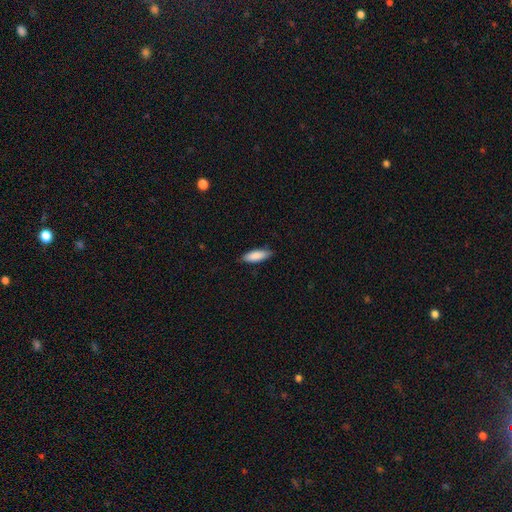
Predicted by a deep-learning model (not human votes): Overall: smooth (88%). How rounded: in between (61%; cigar-shaped 37%). Merging: none (85%).